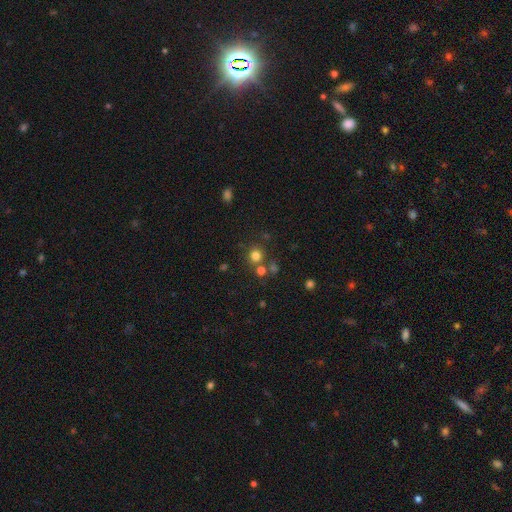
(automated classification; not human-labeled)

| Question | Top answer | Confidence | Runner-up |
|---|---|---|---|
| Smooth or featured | smooth | 75% | star or artifact (18%) |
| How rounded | round | 91% | in between (9%) |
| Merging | none | 73% | merger (16%) |